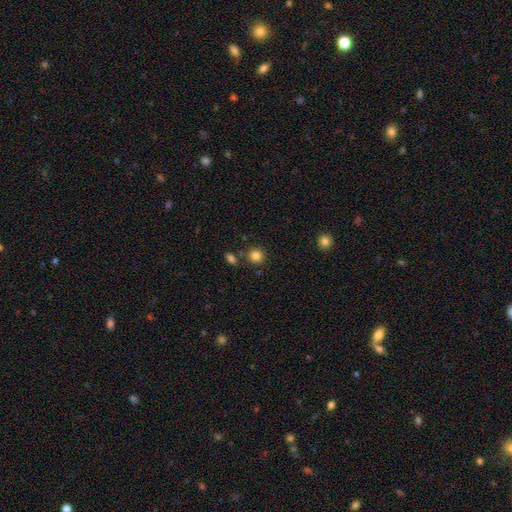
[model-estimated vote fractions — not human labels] smooth 84%, star or artifact 11%, featured or disk 5%. Down the decision tree: how rounded — round (89%); merging — none (80%).